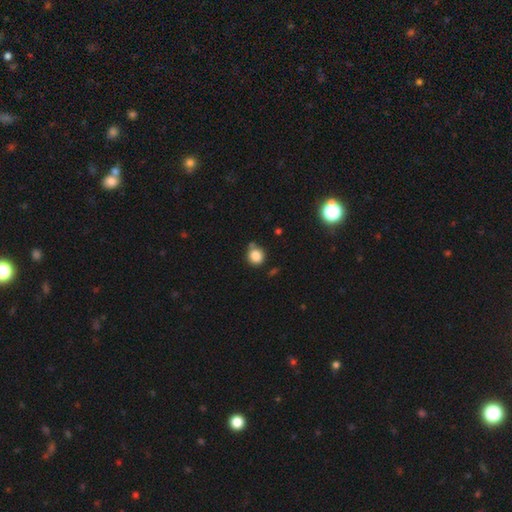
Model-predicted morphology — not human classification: Overall: smooth (85%). How rounded: round (88%). Merging: none (73%).